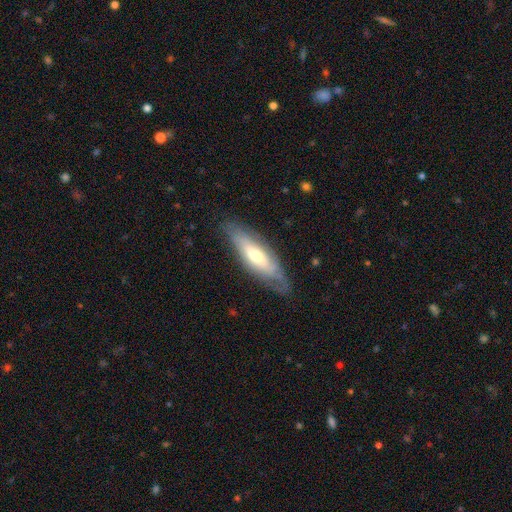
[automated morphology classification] The model was most divided on "smooth or featured": featured or disk: 50%, smooth: 45%, star or artifact: 6%. More confident: merging — none (72%).